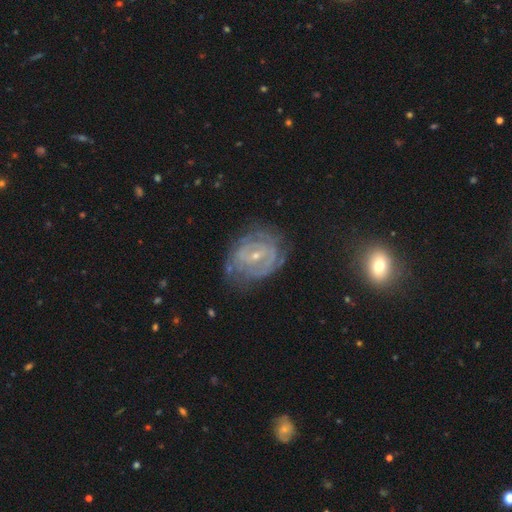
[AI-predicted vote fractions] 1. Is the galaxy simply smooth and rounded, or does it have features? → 80% featured or disk, 12% smooth, 8% star or artifact.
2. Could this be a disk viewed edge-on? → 96% no, 4% yes.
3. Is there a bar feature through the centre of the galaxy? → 47% weak, 32% no, 20% strong.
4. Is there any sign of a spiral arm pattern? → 84% yes, 16% no.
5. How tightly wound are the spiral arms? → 67% tight, 25% medium, 8% loose.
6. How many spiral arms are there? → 46% can't tell, 27% 2, 12% 3, 6% 4, 5% 1, 4% more than 4.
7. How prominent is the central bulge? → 70% small, 26% moderate, 2% none, 1% large, 1% dominant.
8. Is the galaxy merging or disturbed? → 65% none, 22% minor disturbance, 11% major disturbance, 2% merger.